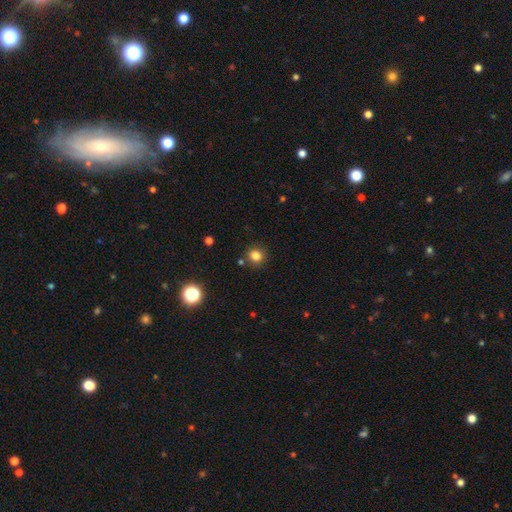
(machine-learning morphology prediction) type=smooth (81%); roundness=round (88%); merging=none (86%).